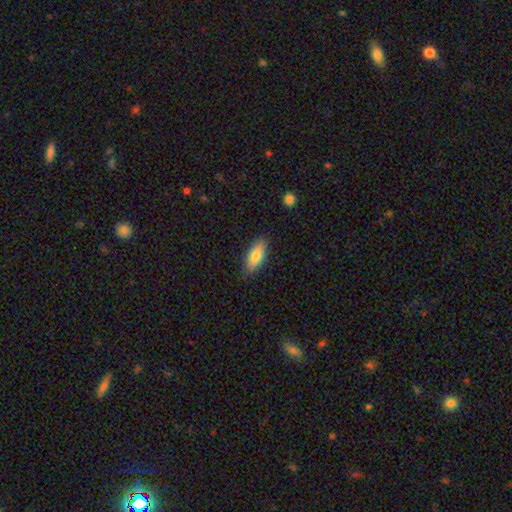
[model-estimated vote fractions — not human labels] smooth_or_featured: smooth (p=0.79) [alt: featured or disk p=0.15]
how_rounded: in between (p=0.77) [alt: cigar-shaped p=0.21]
merging: none (p=0.84) [alt: minor disturbance p=0.12]